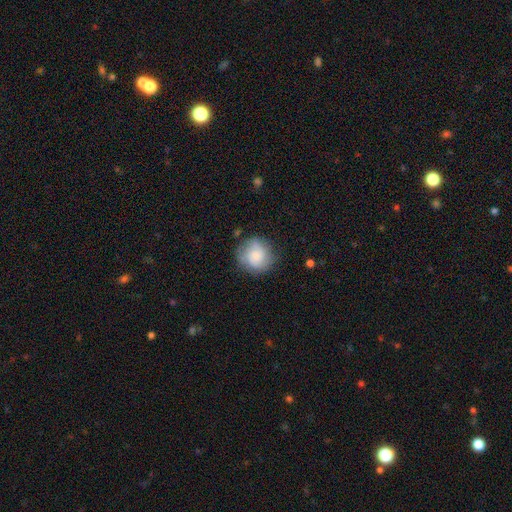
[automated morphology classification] Smooth or featured? Predicted: smooth (p=0.61). How rounded? Predicted: round (p=0.90). Merging? Predicted: none (p=0.74).